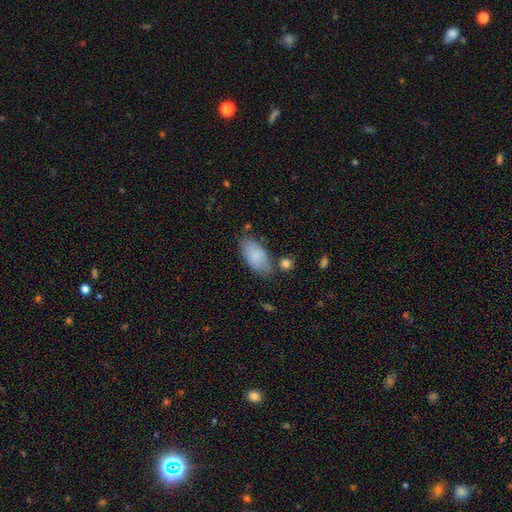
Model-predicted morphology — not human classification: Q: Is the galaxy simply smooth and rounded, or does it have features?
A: smooth — 85%.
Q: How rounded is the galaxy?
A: in between — 93%.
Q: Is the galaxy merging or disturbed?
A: none — 71%.